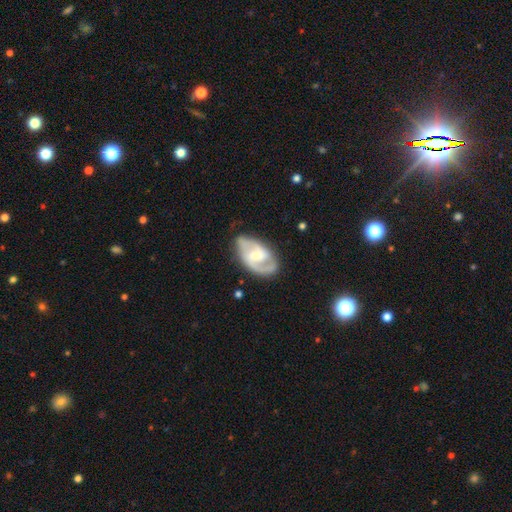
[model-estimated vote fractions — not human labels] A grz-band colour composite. It shows a featured or disk galaxy (80%) with a weak bar (54%), 2 (80%) medium (53%) spiral arms (92%) and a moderate central bulge (45%). Merging: none (70%).